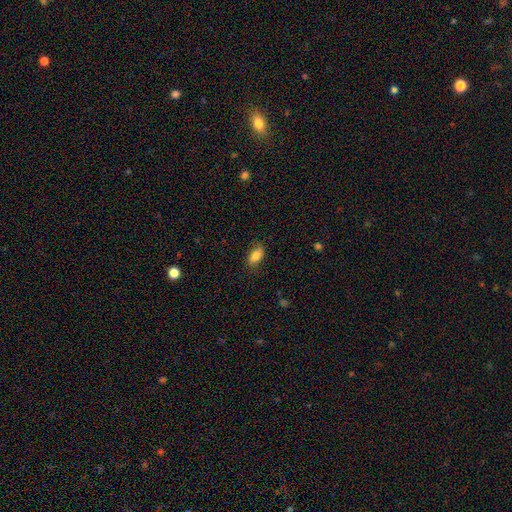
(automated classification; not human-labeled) Q: Smooth or featured?
A: smooth (83%); runner-up: featured or disk (9%)
Q: How rounded?
A: in between (89%); runner-up: cigar-shaped (6%)
Q: Merging?
A: none (80%); runner-up: minor disturbance (15%)